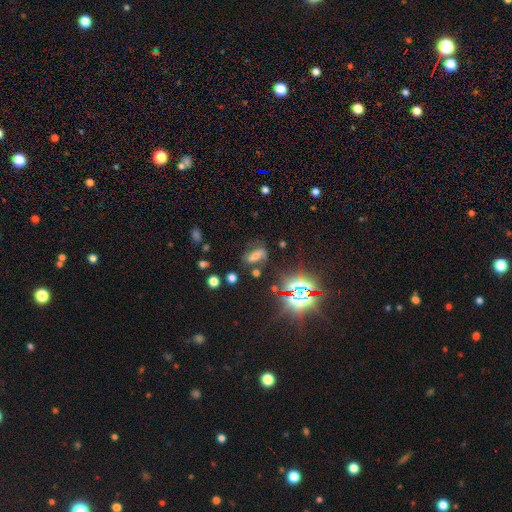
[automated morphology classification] A smooth galaxy with no disk features (48%). Merging: none (57%).